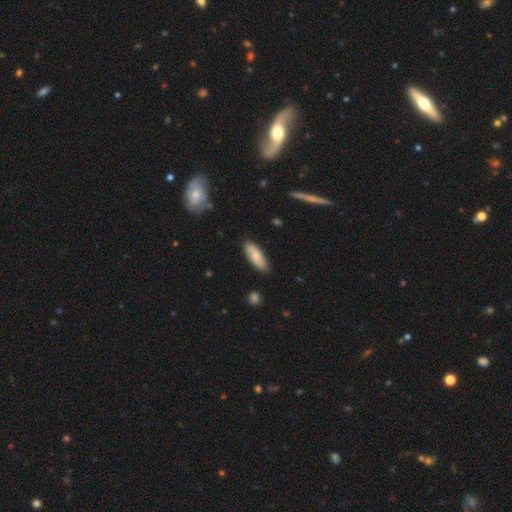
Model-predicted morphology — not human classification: Q: Smooth or featured?
A: smooth (72%); runner-up: featured or disk (22%)
Q: How rounded?
A: in between (75%); runner-up: cigar-shaped (23%)
Q: Merging?
A: none (84%); runner-up: minor disturbance (13%)